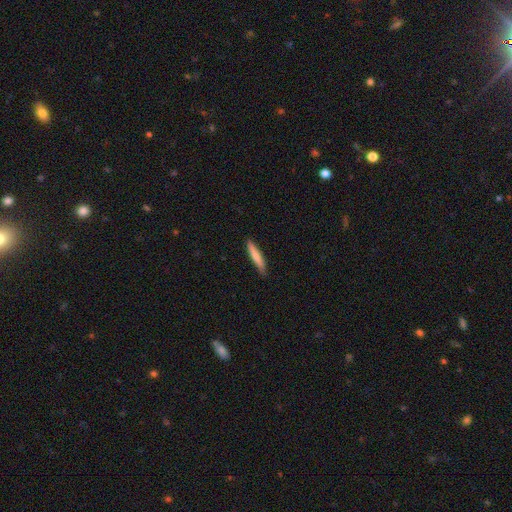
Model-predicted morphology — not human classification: smooth-or-featured: smooth: 77% | featured or disk: 18% | star or artifact: 5%
  how-rounded: cigar-shaped: 92% | in between: 6% | round: 1%
  merging: none: 86% | minor disturbance: 11% | major disturbance: 2% | merger: 1%